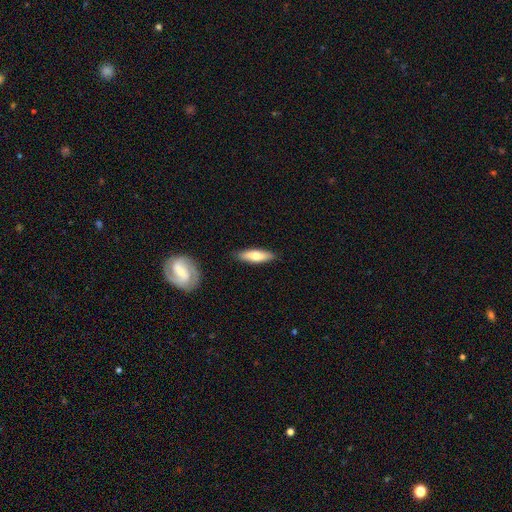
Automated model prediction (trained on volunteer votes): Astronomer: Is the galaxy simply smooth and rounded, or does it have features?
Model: smooth — 70%.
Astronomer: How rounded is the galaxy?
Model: cigar-shaped — 54% (runner-up: in between, 44%).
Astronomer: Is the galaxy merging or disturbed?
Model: none — 87%.